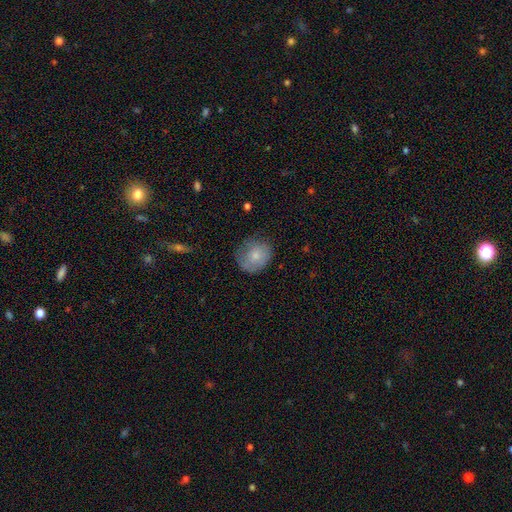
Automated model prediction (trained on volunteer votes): A smooth galaxy with no disk features (74%) that is round (71%).

Vote fractions:
- Smooth or featured? smooth: 74% / featured or disk: 18% / star or artifact: 7%
- How rounded? round: 71% / in between: 28% / cigar-shaped: 1%
- Merging? none: 64% / minor disturbance: 26% / major disturbance: 9% / merger: 1%